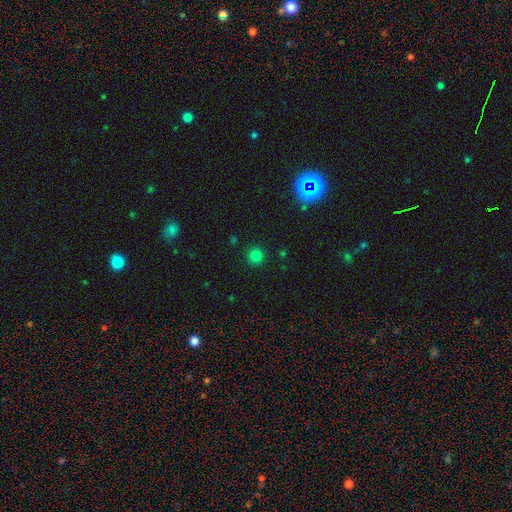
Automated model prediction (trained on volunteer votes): smooth_or_featured: smooth (p=0.80) [alt: star or artifact p=0.16]
how_rounded: round (p=0.94) [alt: in between p=0.05]
merging: none (p=0.91) [alt: minor disturbance p=0.06]